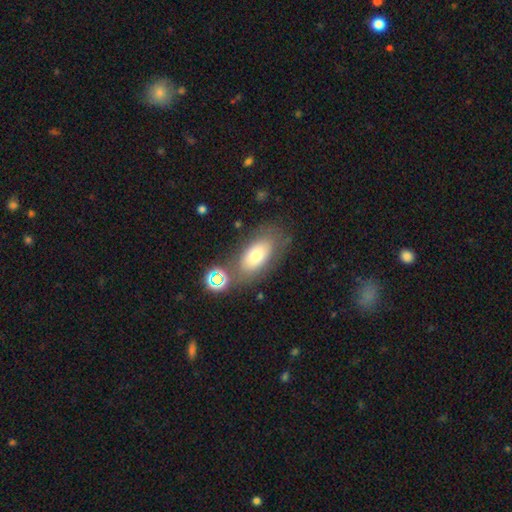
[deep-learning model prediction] This is likely a smooth galaxy (68%). How rounded: clearly in between (90%). Merging: likely none (70%).